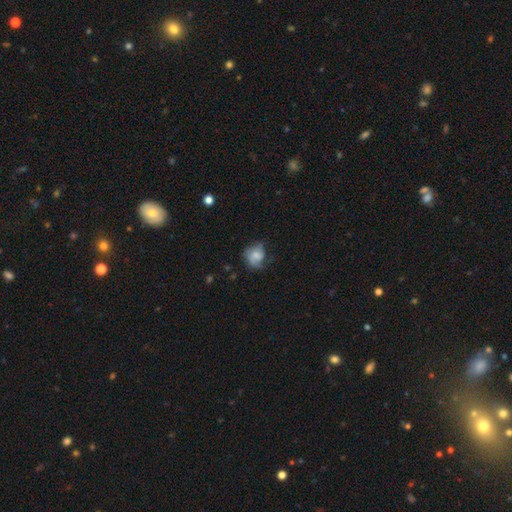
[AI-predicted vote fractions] Q: Smooth or featured?
A: featured or disk (53%); runner-up: smooth (39%)
Q: Edge-on disk?
A: no (98%); runner-up: yes (2%)
Q: Bar?
A: no (61%); runner-up: weak (33%)
Q: Spiral arms?
A: yes (84%); runner-up: no (16%)
Q: Bulge size?
A: moderate (38%); runner-up: small (34%)
Q: Merging?
A: none (51%); runner-up: minor disturbance (27%)